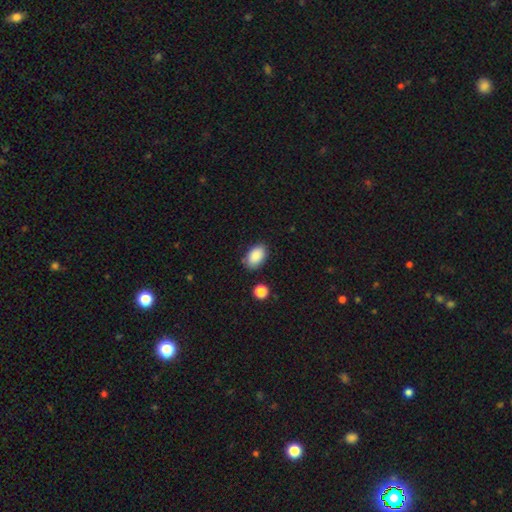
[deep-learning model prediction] The model was most divided on "merging": none: 81%, minor disturbance: 13%, merger: 3%, major disturbance: 3%. More confident: how rounded — in between (90%); smooth or featured — smooth (88%).